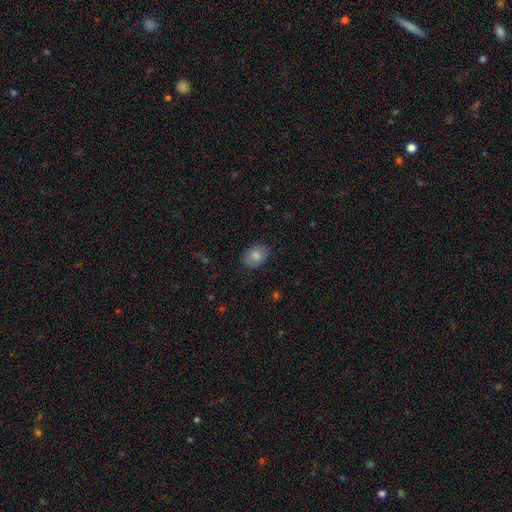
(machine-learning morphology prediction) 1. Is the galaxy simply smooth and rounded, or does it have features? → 81% smooth, 11% featured or disk, 8% star or artifact.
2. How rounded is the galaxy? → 76% in between, 23% round, 1% cigar-shaped.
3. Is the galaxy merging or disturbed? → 80% none, 16% minor disturbance, 3% major disturbance, 1% merger.